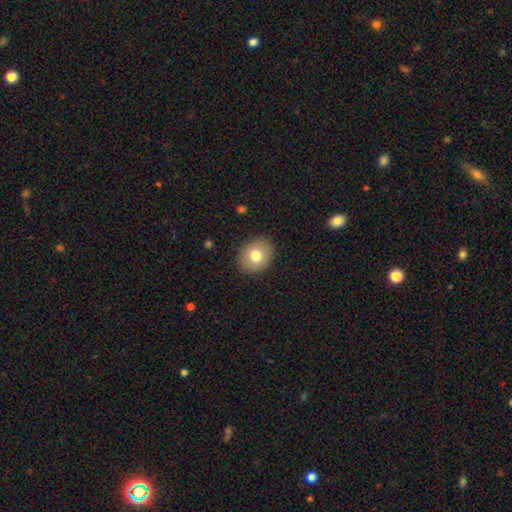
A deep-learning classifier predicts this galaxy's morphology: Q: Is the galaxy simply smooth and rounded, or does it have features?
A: smooth — 77%.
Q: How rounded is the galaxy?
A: round — 53%.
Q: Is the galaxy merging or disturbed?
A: none — 88%.